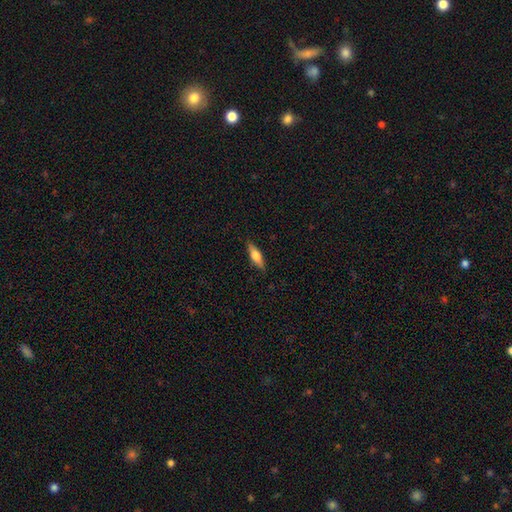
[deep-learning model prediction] The model was most divided on "smooth or featured": smooth: 51%, featured or disk: 42%, star or artifact: 6%. More confident: merging — none (88%); how rounded — cigar-shaped (58%).